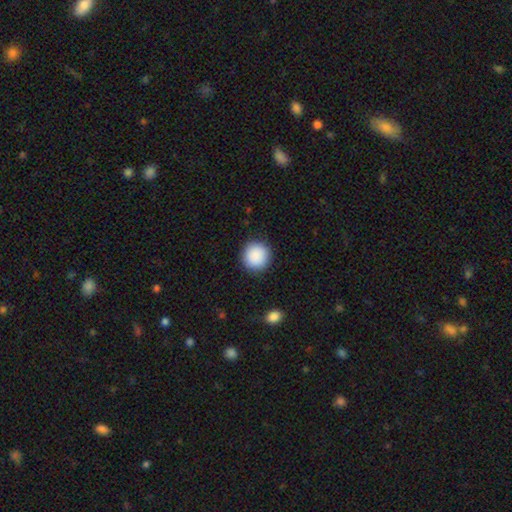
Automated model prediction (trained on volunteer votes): Q: Smooth or featured?
A: smooth (90%); runner-up: star or artifact (7%)
Q: How rounded?
A: round (94%); runner-up: in between (5%)
Q: Merging?
A: none (90%); runner-up: minor disturbance (6%)